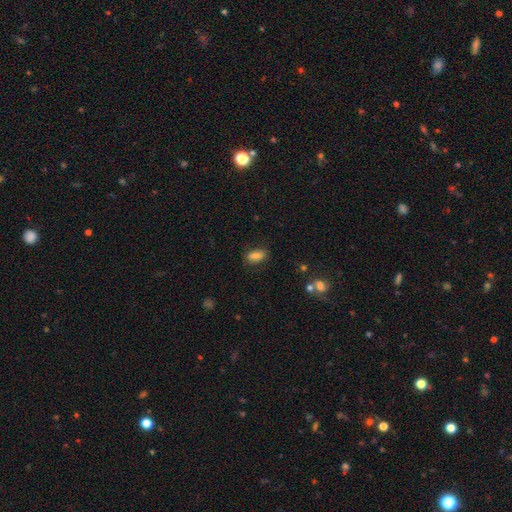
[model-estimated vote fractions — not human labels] Smooth or featured: smooth — 80% (featured or disk — 11%)
How rounded: in between — 86% (cigar-shaped — 8%)
Merging: none — 80% (minor disturbance — 14%)